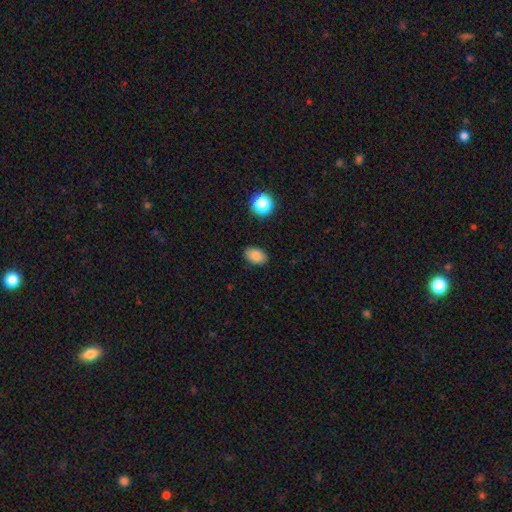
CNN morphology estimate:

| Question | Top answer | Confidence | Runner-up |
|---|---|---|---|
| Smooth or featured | smooth | 84% | star or artifact (10%) |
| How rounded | in between | 87% | round (12%) |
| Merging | none | 87% | minor disturbance (9%) |